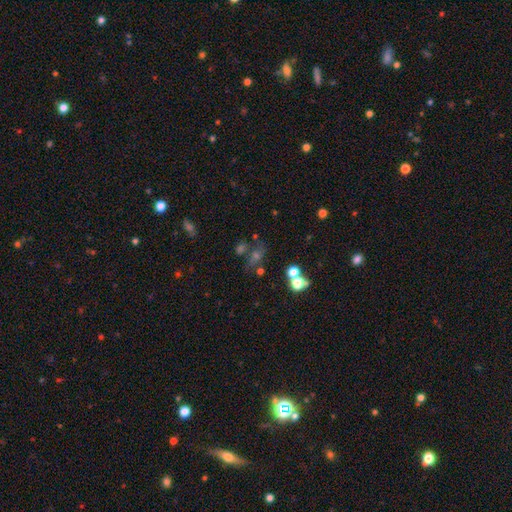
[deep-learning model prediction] smooth-or-featured: star or artifact: 40% | smooth: 37% | featured or disk: 23%